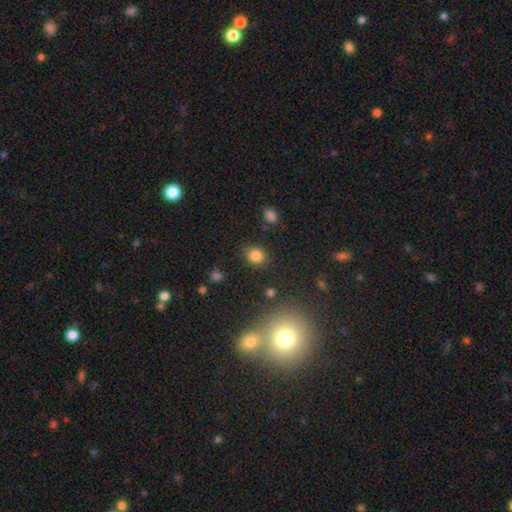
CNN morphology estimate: smooth 82%, star or artifact 13%, featured or disk 5%. Down the decision tree: how rounded — round (68%); merging — none (84%).